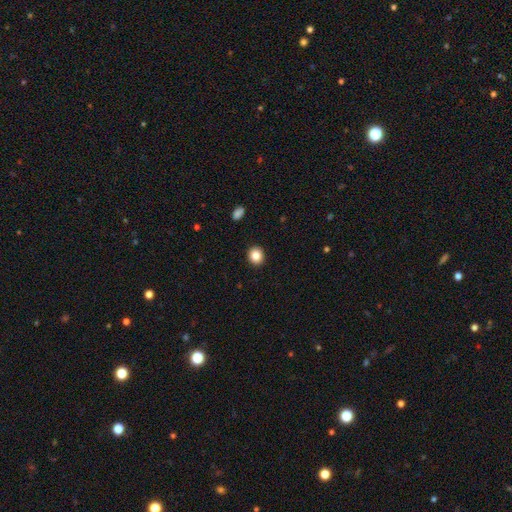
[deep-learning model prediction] Smooth or featured: smooth — 84% (star or artifact — 10%)
How rounded: round — 79% (in between — 20%)
Merging: none — 92% (minor disturbance — 5%)